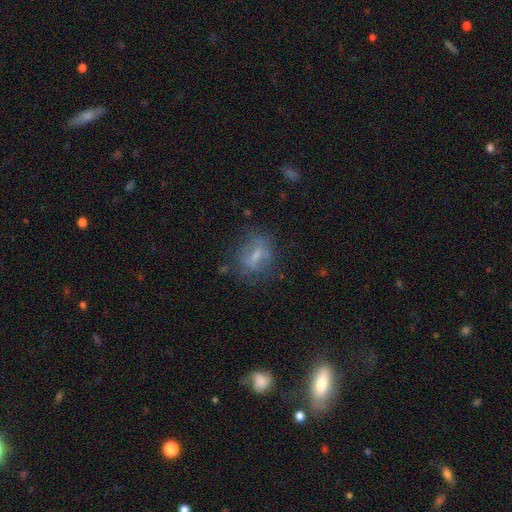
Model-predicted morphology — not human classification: Overall: smooth (49%; featured or disk 39%). Merging: none (64%).